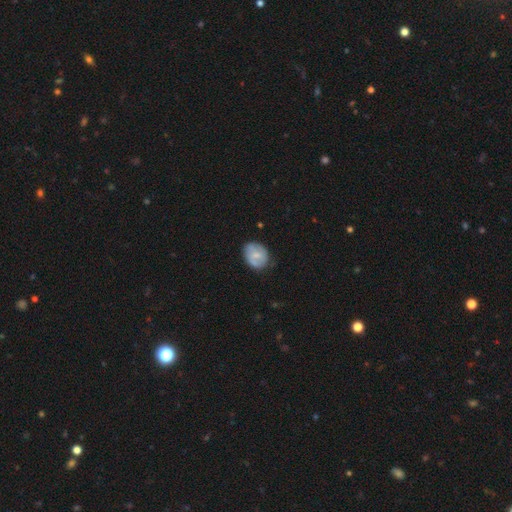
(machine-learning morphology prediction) Smooth or featured? smooth (57%)
How rounded? in between (53%)
Merging? none (69%)